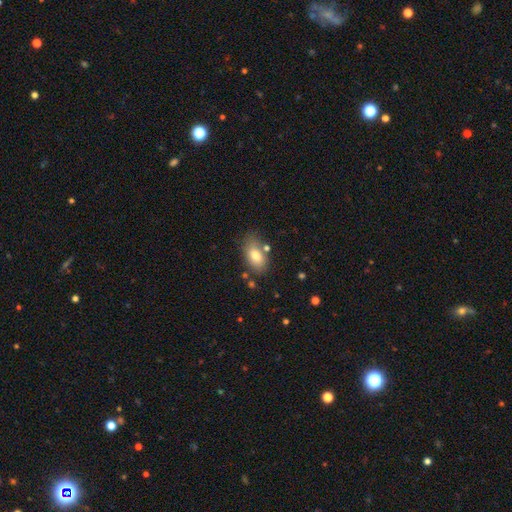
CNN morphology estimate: Q: Smooth or featured?
A: smooth (77%); runner-up: featured or disk (15%)
Q: How rounded?
A: in between (90%); runner-up: round (8%)
Q: Merging?
A: none (70%); runner-up: minor disturbance (18%)